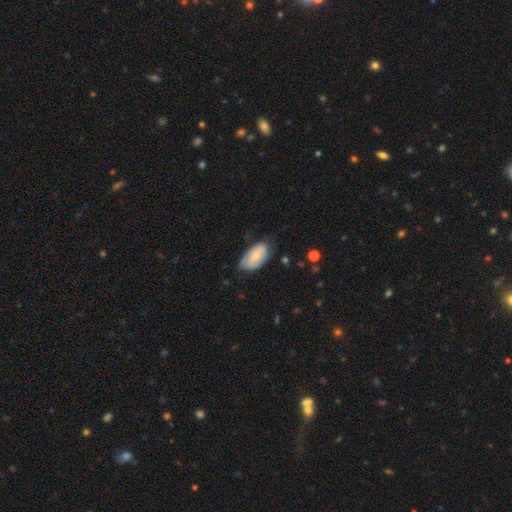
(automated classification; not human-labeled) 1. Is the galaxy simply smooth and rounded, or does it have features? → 66% smooth, 28% featured or disk, 6% star or artifact.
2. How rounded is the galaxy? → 94% in between, 3% round, 2% cigar-shaped.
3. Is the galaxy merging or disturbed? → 63% none, 30% minor disturbance, 6% major disturbance, 2% merger.